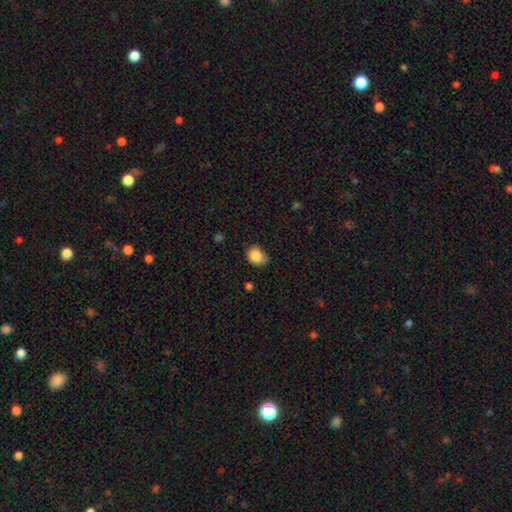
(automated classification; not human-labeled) Smooth or featured?
  - smooth: 86% *
  - star or artifact: 9%
  - featured or disk: 5%
How rounded?
  - in between: 50% *
  - round: 49%
  - cigar-shaped: 1%
Merging?
  - none: 59% *
  - minor disturbance: 33%
  - major disturbance: 6%
  - merger: 2%